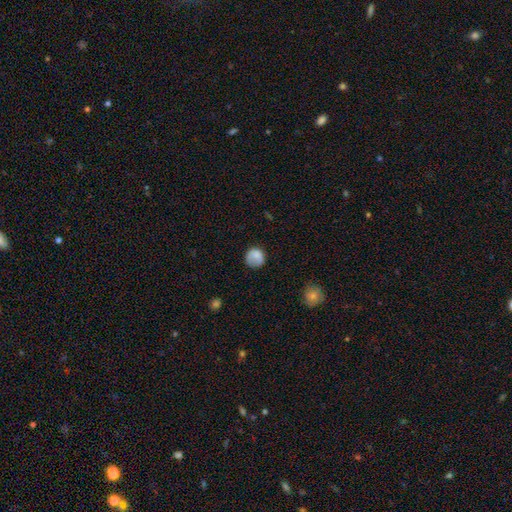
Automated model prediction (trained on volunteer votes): Smooth or featured? smooth (81%)
How rounded? round (86%)
Merging? none (67%)